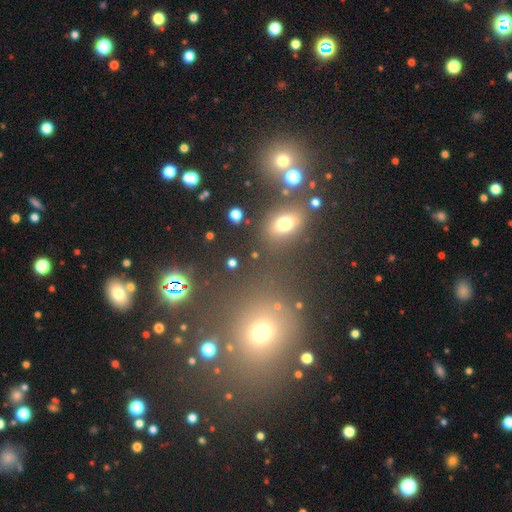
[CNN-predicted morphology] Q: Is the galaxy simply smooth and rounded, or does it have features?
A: smooth — 58%.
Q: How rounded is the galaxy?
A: in between — 49%.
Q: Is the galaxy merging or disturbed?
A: none — 74%.